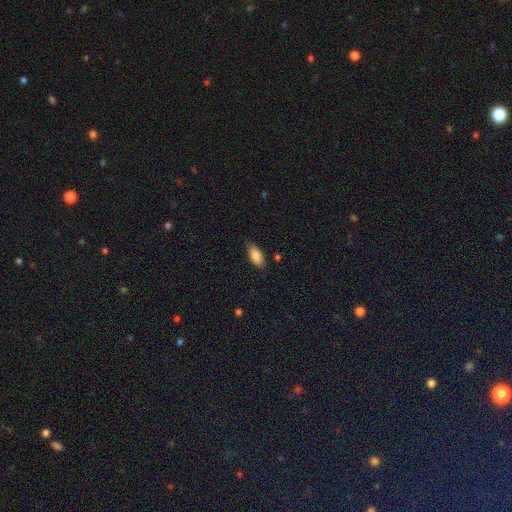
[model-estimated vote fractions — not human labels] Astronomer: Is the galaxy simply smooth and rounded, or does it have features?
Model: smooth — 83%.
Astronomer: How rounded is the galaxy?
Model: in between — 90%.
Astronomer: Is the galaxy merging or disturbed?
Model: none — 77%.